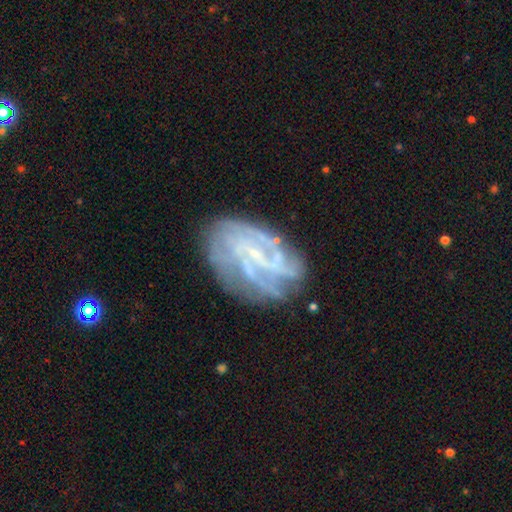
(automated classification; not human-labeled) This is likely a featured or disk galaxy (79%). It is clearly not viewed edge-on (97%). Bar: marginally weak (44%). Spiral arm pattern: clearly yes (86%). Spiral arm count: marginally can't tell (41%). Spiral winding: possibly tight (52%). Central bulge: likely small (64%). Merging: likely none (66%).